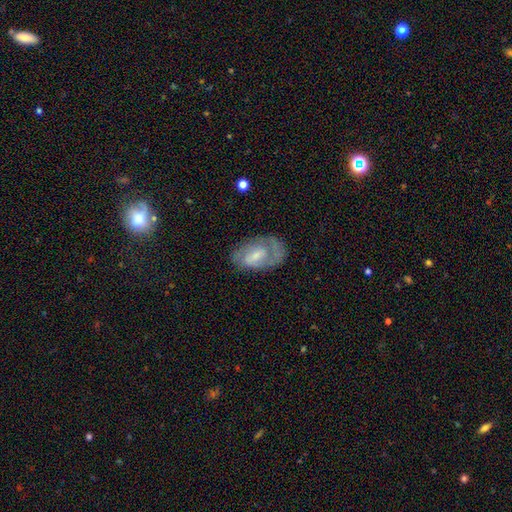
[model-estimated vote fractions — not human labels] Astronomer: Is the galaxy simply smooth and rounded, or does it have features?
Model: featured or disk — 58% (runner-up: smooth, 35%).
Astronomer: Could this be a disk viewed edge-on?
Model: no — 95%.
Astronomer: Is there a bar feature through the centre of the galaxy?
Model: weak — 49% (runner-up: no, 33%).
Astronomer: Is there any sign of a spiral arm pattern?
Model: yes — 69%.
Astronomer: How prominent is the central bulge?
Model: small — 45% (runner-up: moderate, 38%).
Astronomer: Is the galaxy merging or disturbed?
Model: none — 61%.